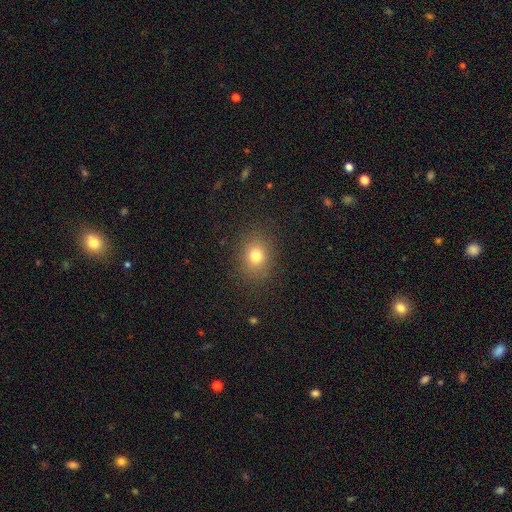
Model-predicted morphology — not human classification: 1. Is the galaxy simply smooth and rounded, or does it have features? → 77% smooth, 14% star or artifact, 9% featured or disk.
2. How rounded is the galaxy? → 59% round, 40% in between, 1% cigar-shaped.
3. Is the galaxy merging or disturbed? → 86% none, 9% minor disturbance, 4% major disturbance, 1% merger.